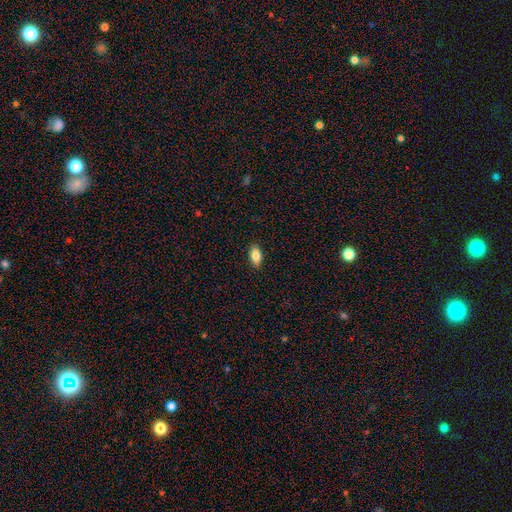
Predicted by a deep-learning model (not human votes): Smooth or featured: smooth — 84% (featured or disk — 9%)
How rounded: in between — 91% (cigar-shaped — 5%)
Merging: none — 90% (minor disturbance — 8%)